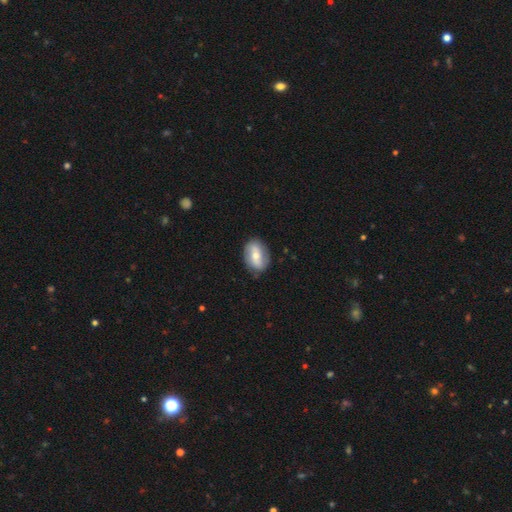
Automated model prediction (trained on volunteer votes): featured or disk 47%, smooth 46%, star or artifact 6%. Down the decision tree: merging — none (83%).